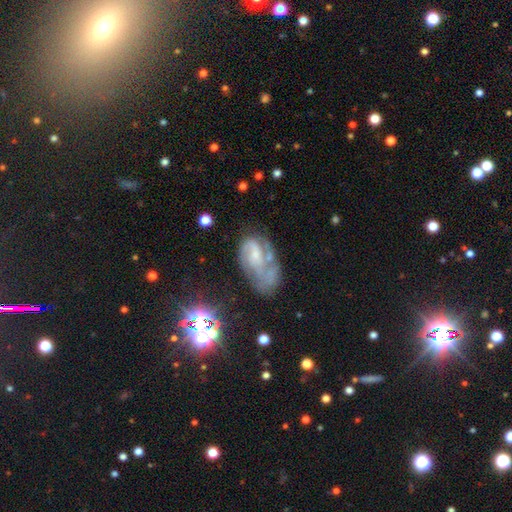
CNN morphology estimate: A featured or disk galaxy (69%) with no bar (56%), 2 (41%) medium (41%) spiral arms (76%) and a small central bulge (41%).

Vote fractions:
- Smooth or featured? featured or disk: 69% / smooth: 20% / star or artifact: 11%
- Edge-on disk? no: 97% / yes: 3%
- Bar? no: 56% / weak: 34% / strong: 9%
- Spiral arms? yes: 76% / no: 24%
- Spiral winding? medium: 41% / tight: 34% / loose: 24%
- Spiral arm count? 2: 41% / can't tell: 26% / 1: 23% / 3: 7% / 4: 2% / more than 4: 2%
- Bulge size? small: 41% / none: 31% / moderate: 23% / large: 3% / dominant: 1%
- Merging? none: 35% / major disturbance: 29% / minor disturbance: 25% / merger: 11%